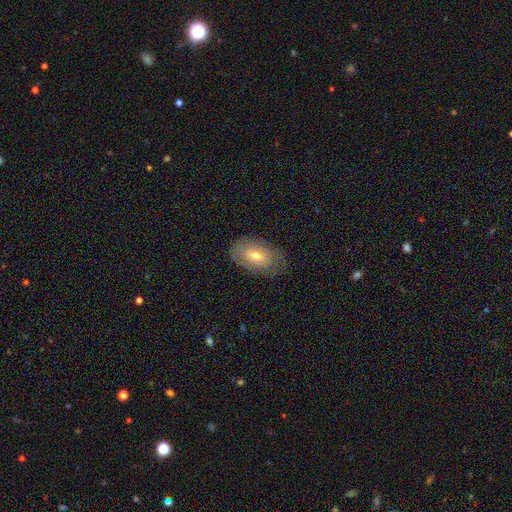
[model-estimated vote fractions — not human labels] A smooth galaxy with no disk features (58%) that is in between round and cigar-shaped (90%).

Vote fractions:
- Smooth or featured? smooth: 58% / featured or disk: 34% / star or artifact: 8%
- How rounded? in between: 90% / round: 8% / cigar-shaped: 2%
- Merging? none: 73% / minor disturbance: 20% / major disturbance: 6% / merger: 1%